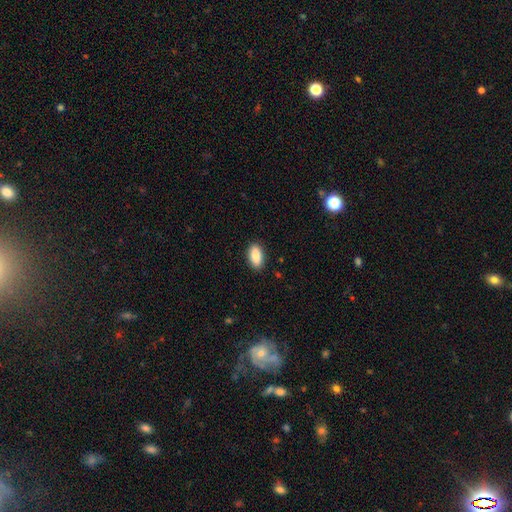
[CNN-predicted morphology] This is clearly a smooth galaxy (89%). How rounded: clearly in between (92%). Merging: clearly none (89%).